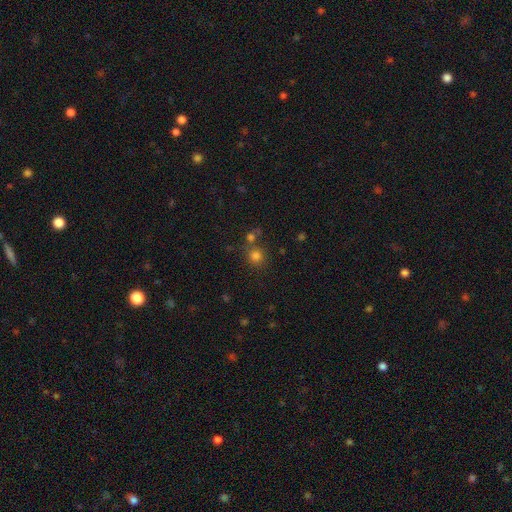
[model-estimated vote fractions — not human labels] smooth 78%, star or artifact 16%, featured or disk 6%. Down the decision tree: how rounded — round (89%); merging — none (67%).